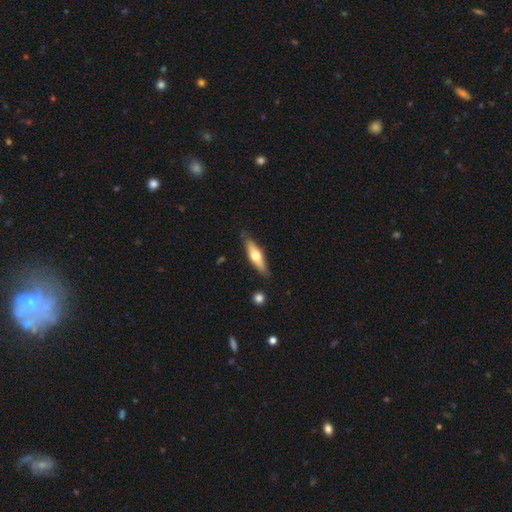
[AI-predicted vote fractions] The model was most divided on "smooth or featured": featured or disk: 51%, smooth: 44%, star or artifact: 5%. More confident: edge-on disk — yes (88%); merging — none (82%).